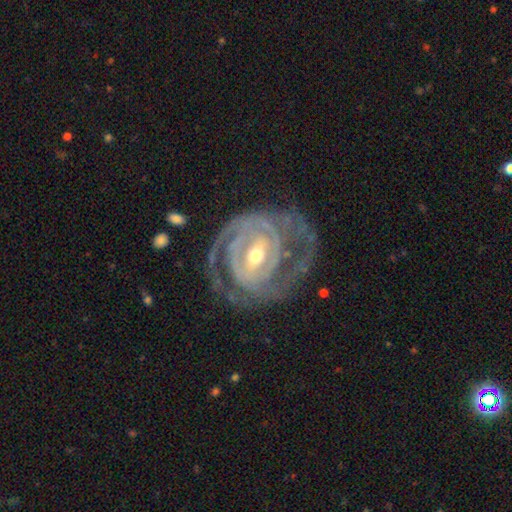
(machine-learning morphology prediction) A featured or disk galaxy (92%) with a weak bar (42%), 2 (52%) tight (65%) spiral arms (97%) and a moderate central bulge (56%). Merging: none (69%).